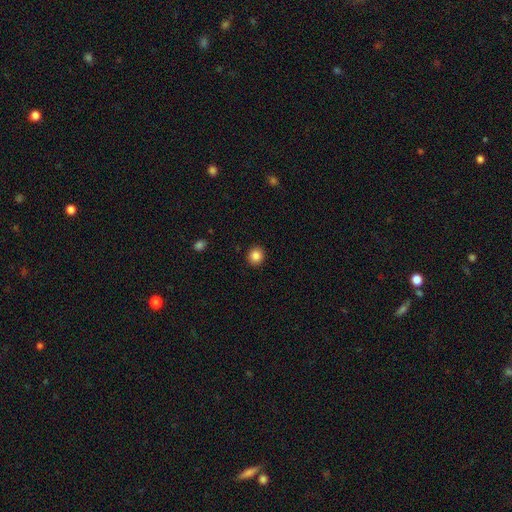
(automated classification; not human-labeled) This is clearly a smooth galaxy (86%). How rounded: clearly round (88%). Merging: clearly none (92%).